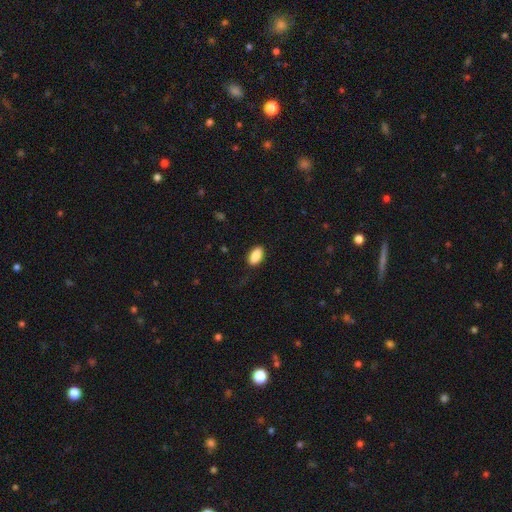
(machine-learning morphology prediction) Smooth or featured: smooth — 88% (star or artifact — 7%)
How rounded: in between — 92% (cigar-shaped — 4%)
Merging: none — 85% (minor disturbance — 12%)